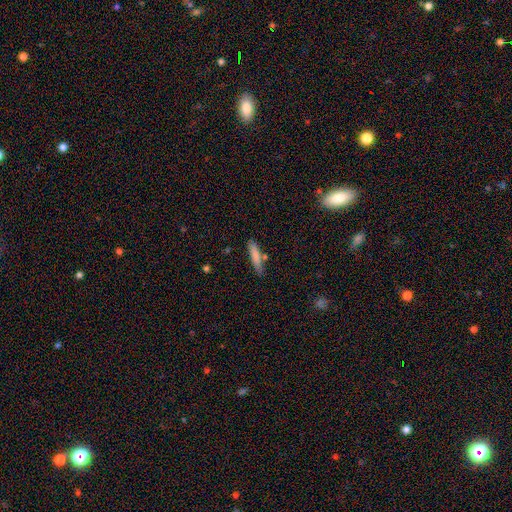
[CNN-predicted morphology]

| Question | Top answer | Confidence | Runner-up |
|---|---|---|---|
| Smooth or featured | smooth | 80% | featured or disk (13%) |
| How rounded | cigar-shaped | 82% | in between (17%) |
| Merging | none | 75% | minor disturbance (15%) |